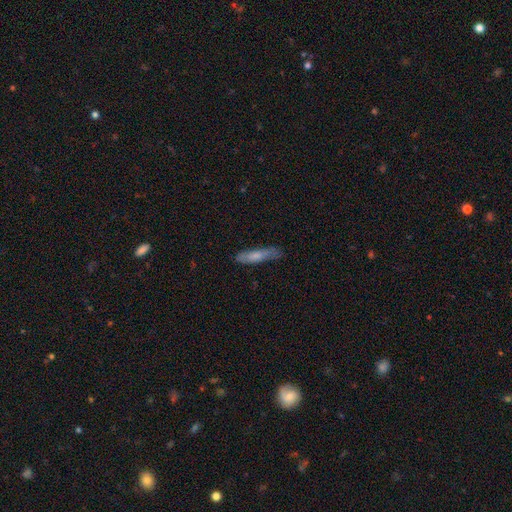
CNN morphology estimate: smooth 69%, featured or disk 25%, star or artifact 6%. Down the decision tree: how rounded — cigar-shaped (79%); merging — none (70%).